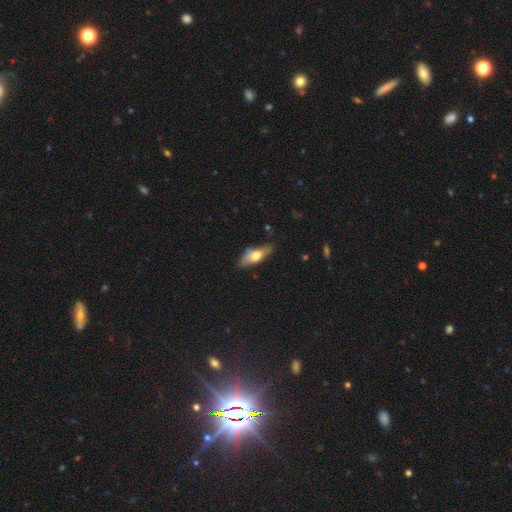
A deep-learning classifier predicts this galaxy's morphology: Smooth or featured? Predicted: smooth (p=0.55). How rounded? Predicted: in between (p=0.64). Merging? Predicted: none (p=0.66).